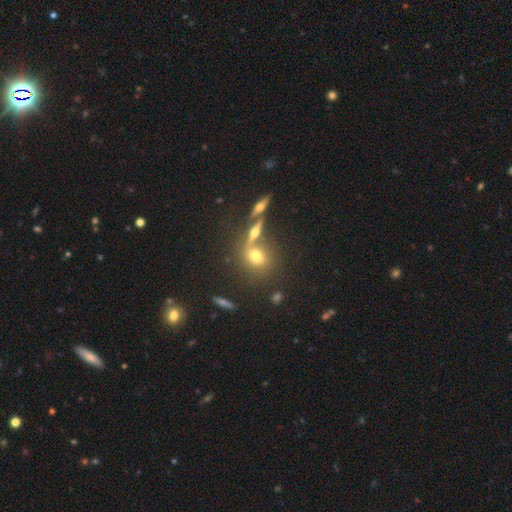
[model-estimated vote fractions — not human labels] This appears to be a smooth galaxy with no disk features (56%) that is round (56%). Merging: none (51%).